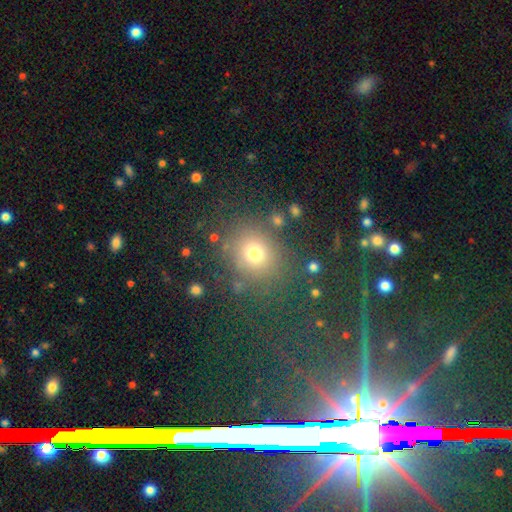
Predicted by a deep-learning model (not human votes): A smooth galaxy with no disk features (64%) that is round (81%).

Vote fractions:
- Smooth or featured? smooth: 64% / star or artifact: 26% / featured or disk: 10%
- How rounded? round: 81% / in between: 18% / cigar-shaped: 1%
- Merging? none: 80% / minor disturbance: 10% / major disturbance: 5% / merger: 5%